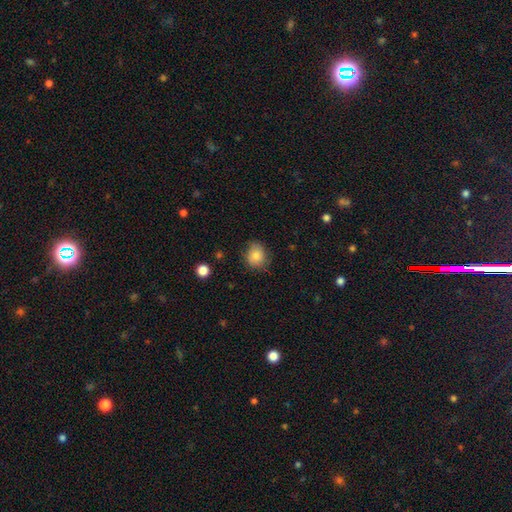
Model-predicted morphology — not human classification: smooth 82%, star or artifact 9%, featured or disk 8%. Down the decision tree: how rounded — round (70%); merging — none (76%).